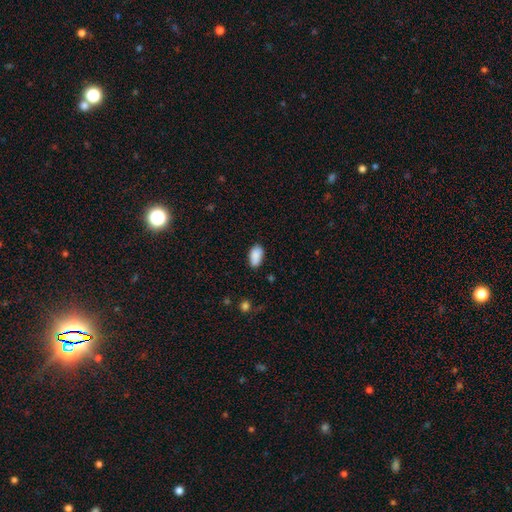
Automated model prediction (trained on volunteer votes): A smooth galaxy with no disk features (89%) that is in between round and cigar-shaped (94%).

Vote fractions:
- Smooth or featured? smooth: 89% / star or artifact: 7% / featured or disk: 4%
- How rounded? in between: 94% / round: 4% / cigar-shaped: 2%
- Merging? none: 78% / minor disturbance: 17% / major disturbance: 3% / merger: 2%